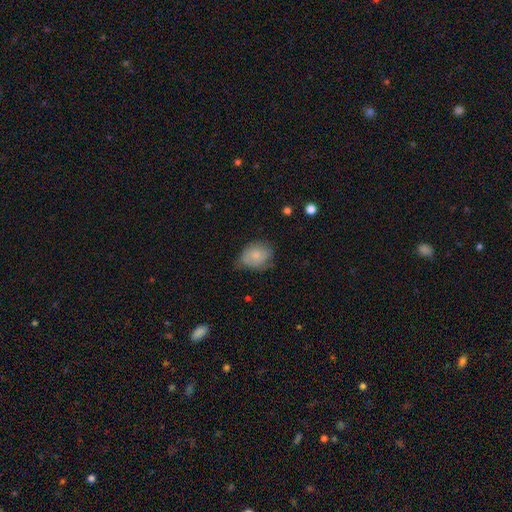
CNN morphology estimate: Smooth or featured? smooth (73%)
How rounded? in between (55%)
Merging? none (48%)